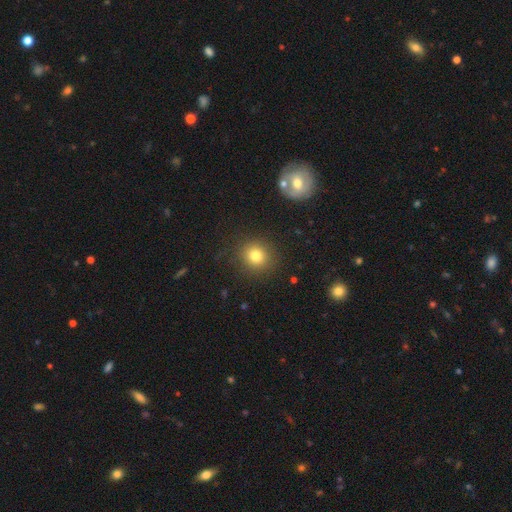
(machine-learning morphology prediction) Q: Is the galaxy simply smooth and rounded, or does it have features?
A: smooth — 79%.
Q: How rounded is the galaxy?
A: round — 88%.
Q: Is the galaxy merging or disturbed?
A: none — 88%.